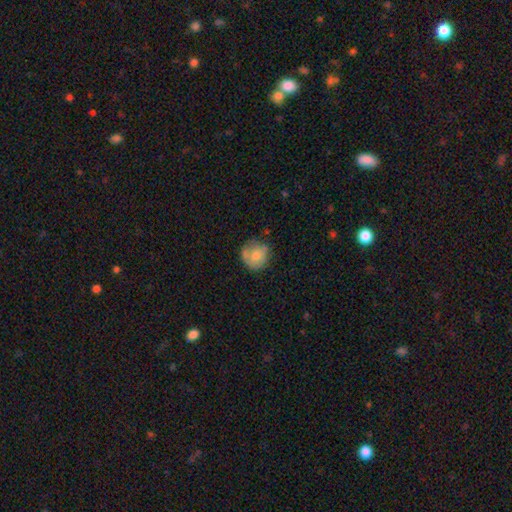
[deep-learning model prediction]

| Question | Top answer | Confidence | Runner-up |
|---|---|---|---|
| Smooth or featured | smooth | 70% | featured or disk (22%) |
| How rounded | round | 87% | in between (12%) |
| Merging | none | 64% | minor disturbance (24%) |